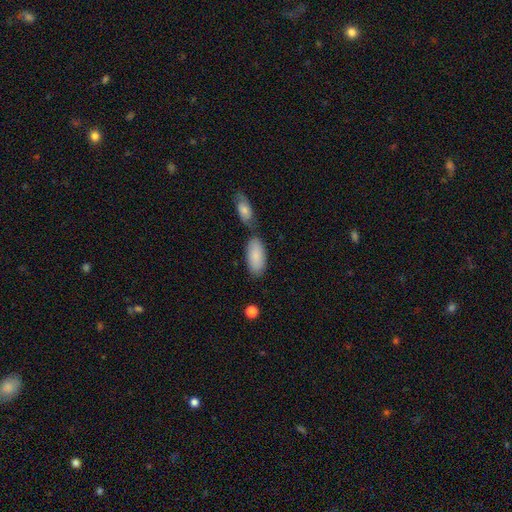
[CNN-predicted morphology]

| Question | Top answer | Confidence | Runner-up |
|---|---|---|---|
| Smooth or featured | smooth | 85% | featured or disk (9%) |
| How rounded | in between | 91% | cigar-shaped (7%) |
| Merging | none | 62% | merger (20%) |